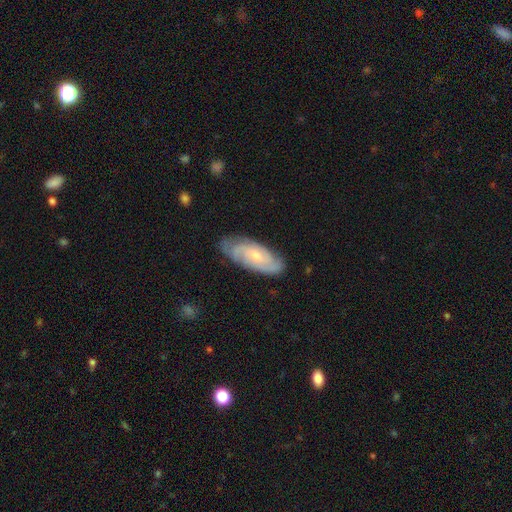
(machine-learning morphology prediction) Q: Smooth or featured?
A: featured or disk (76%); runner-up: smooth (18%)
Q: Edge-on disk?
A: no (92%); runner-up: yes (8%)
Q: Bar?
A: no (62%); runner-up: weak (32%)
Q: Spiral arms?
A: yes (95%); runner-up: no (5%)
Q: Spiral winding?
A: tight (58%); runner-up: medium (34%)
Q: Spiral arm count?
A: 2 (42%); runner-up: can't tell (24%)
Q: Bulge size?
A: small (61%); runner-up: moderate (34%)
Q: Merging?
A: none (78%); runner-up: minor disturbance (17%)